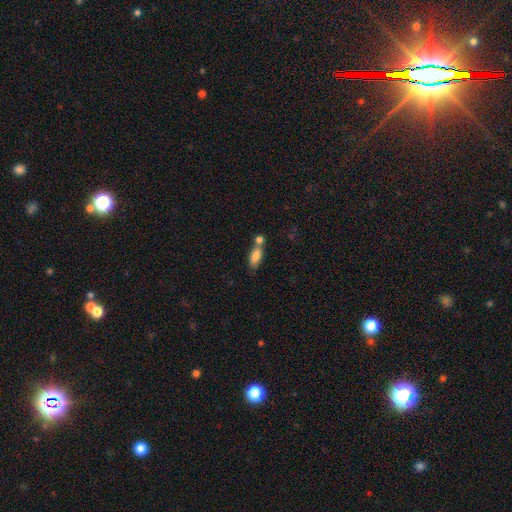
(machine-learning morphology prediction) Smooth or featured?
  - smooth: 80% *
  - featured or disk: 12%
  - star or artifact: 8%
How rounded?
  - in between: 78% *
  - cigar-shaped: 18%
  - round: 4%
Merging?
  - none: 45% *
  - merger: 38%
  - minor disturbance: 13%
  - major disturbance: 4%